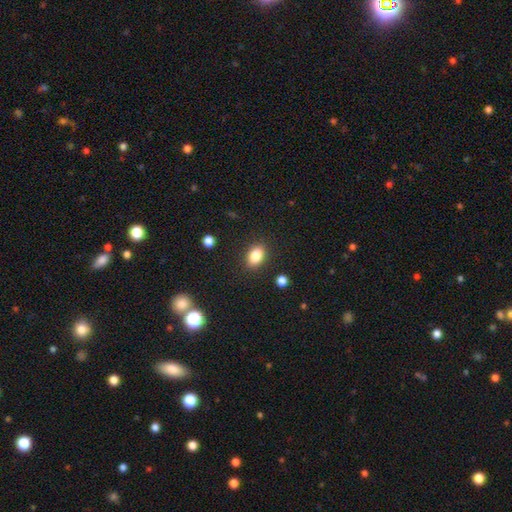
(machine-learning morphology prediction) smooth-or-featured: smooth: 84% | star or artifact: 9% | featured or disk: 7%
  how-rounded: in between: 82% | round: 17% | cigar-shaped: 2%
  merging: none: 87% | minor disturbance: 9% | major disturbance: 3% | merger: 2%